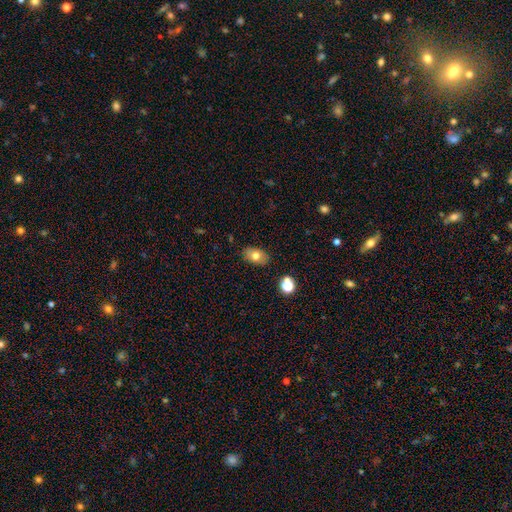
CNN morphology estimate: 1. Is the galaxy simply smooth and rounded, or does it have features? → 74% smooth, 17% featured or disk, 10% star or artifact.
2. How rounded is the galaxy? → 85% in between, 14% round, 2% cigar-shaped.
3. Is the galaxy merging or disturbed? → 85% none, 11% minor disturbance, 2% major disturbance, 2% merger.